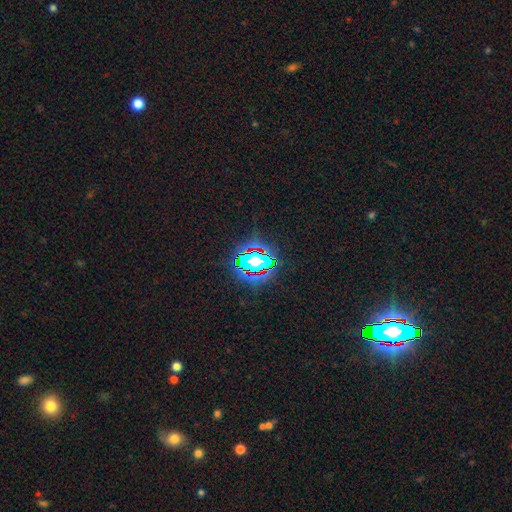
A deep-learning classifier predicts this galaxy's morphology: Smooth or featured? star or artifact (70%)